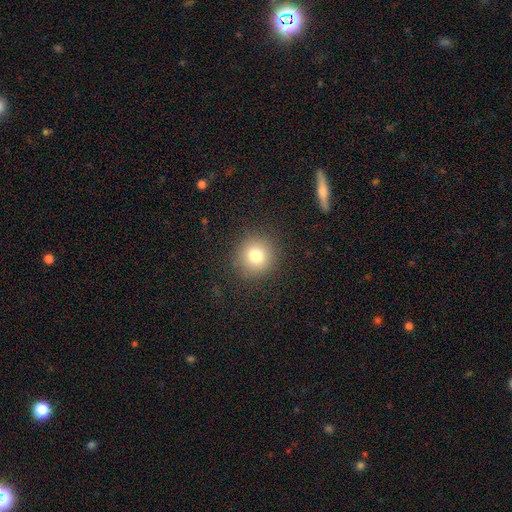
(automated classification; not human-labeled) smooth-or-featured: smooth: 78% | star or artifact: 13% | featured or disk: 9%
  how-rounded: round: 92% | in between: 7% | cigar-shaped: 1%
  merging: none: 89% | minor disturbance: 7% | major disturbance: 3% | merger: 1%